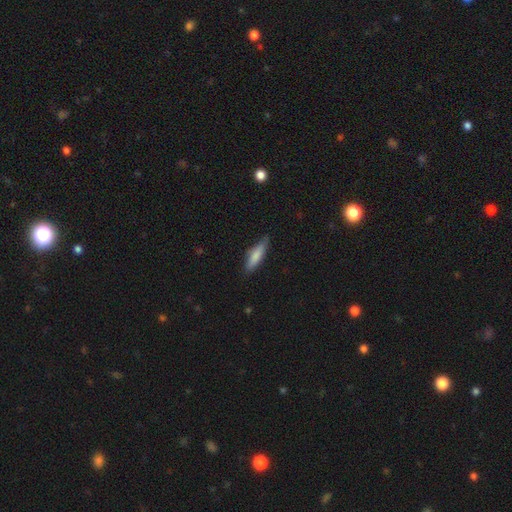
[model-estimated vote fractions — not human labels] This is likely a smooth galaxy (77%). How rounded: likely cigar-shaped (66%). Merging: likely none (77%).